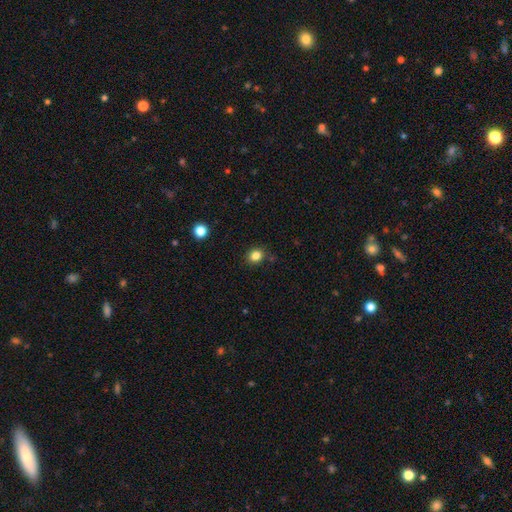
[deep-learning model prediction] smooth-or-featured: smooth: 83% | star or artifact: 12% | featured or disk: 5%
  how-rounded: round: 69% | in between: 30% | cigar-shaped: 1%
  merging: none: 85% | minor disturbance: 10% | merger: 3% | major disturbance: 2%